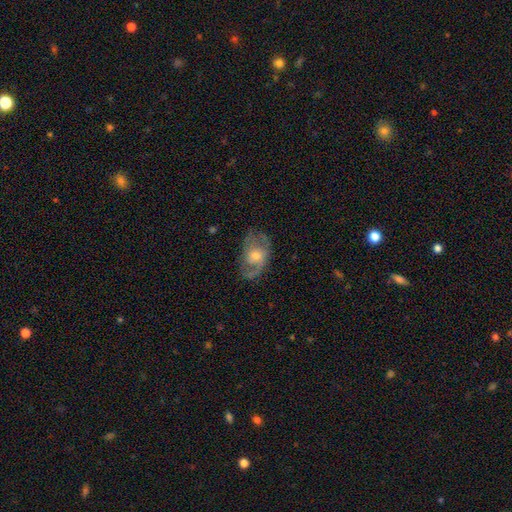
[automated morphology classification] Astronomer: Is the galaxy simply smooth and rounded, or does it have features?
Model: featured or disk — 65%.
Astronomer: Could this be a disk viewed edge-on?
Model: no — 95%.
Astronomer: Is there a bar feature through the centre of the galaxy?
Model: no — 71%.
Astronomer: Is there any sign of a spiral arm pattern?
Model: yes — 74%.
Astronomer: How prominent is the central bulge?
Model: moderate — 55% (runner-up: small, 35%).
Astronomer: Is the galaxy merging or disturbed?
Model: none — 59%.